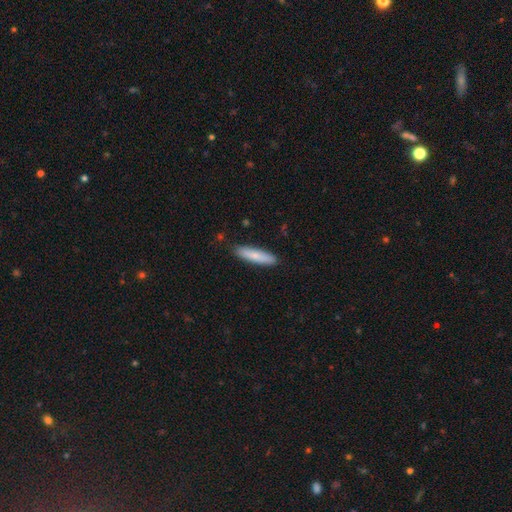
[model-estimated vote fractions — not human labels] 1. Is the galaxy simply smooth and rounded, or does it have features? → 76% smooth, 18% featured or disk, 6% star or artifact.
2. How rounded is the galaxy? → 77% cigar-shaped, 21% in between, 1% round.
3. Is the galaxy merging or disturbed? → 87% none, 10% minor disturbance, 2% major disturbance, 1% merger.